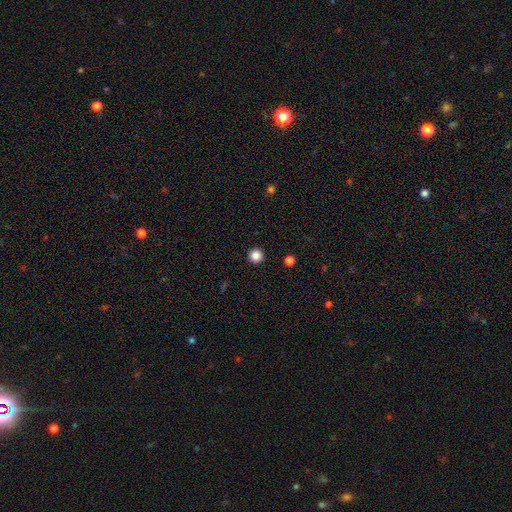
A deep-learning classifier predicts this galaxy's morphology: Smooth or featured: smooth — 86% (star or artifact — 11%)
How rounded: round — 97% (in between — 2%)
Merging: none — 94% (minor disturbance — 4%)